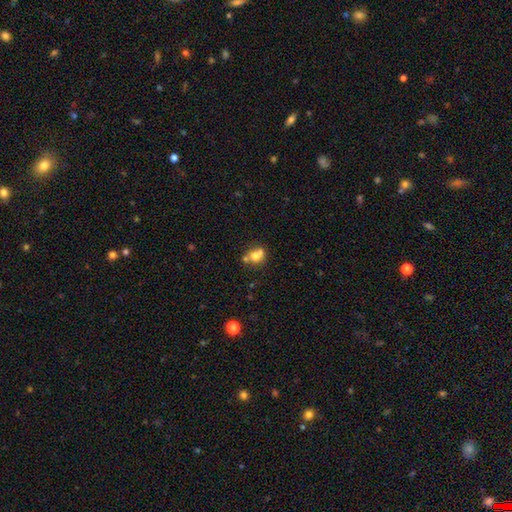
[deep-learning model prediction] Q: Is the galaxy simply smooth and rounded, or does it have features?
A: smooth — 65%.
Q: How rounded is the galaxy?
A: round — 71%.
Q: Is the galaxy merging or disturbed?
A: merger — 44%.